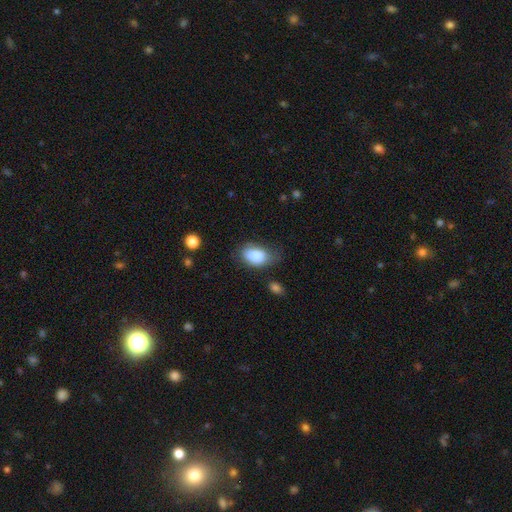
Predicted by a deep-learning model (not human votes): Smooth or featured? Predicted: smooth (p=0.86). How rounded? Predicted: in between (p=0.88). Merging? Predicted: none (p=0.53).